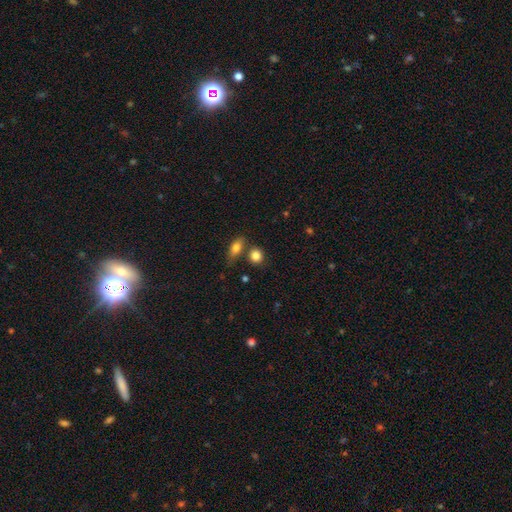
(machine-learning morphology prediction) Smooth or featured?
  - smooth: 84% *
  - star or artifact: 9%
  - featured or disk: 7%
How rounded?
  - round: 72% *
  - in between: 26%
  - cigar-shaped: 2%
Merging?
  - none: 66% *
  - merger: 19%
  - minor disturbance: 11%
  - major disturbance: 4%